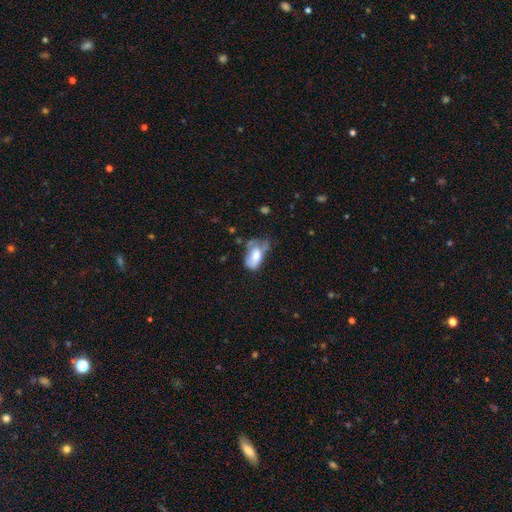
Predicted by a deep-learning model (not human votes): Morphology: type=smooth (60%); roundness=in between (89%); merging=major disturbance (35%).